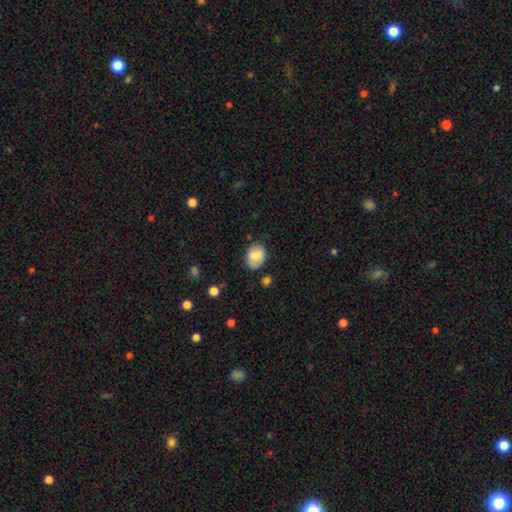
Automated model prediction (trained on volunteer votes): This is likely a smooth galaxy (75%). How rounded: likely in between (64%). Merging: likely none (74%).